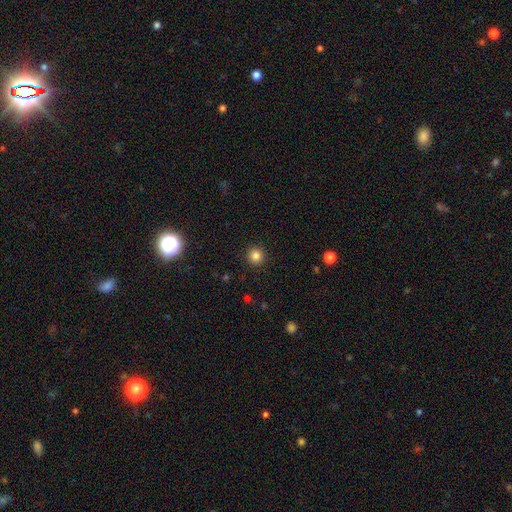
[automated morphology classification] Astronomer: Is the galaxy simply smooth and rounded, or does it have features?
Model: smooth — 83%.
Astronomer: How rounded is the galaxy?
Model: round — 95%.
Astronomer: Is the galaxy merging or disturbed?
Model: none — 92%.